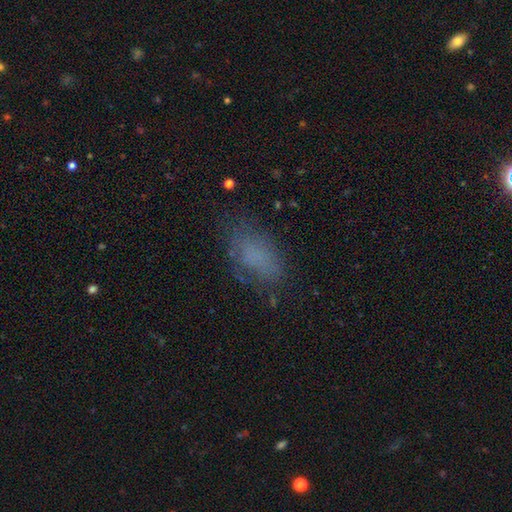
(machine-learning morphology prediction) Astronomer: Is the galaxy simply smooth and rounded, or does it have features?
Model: smooth — 70%.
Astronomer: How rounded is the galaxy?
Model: in between — 89%.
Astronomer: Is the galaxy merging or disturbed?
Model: none — 64%.